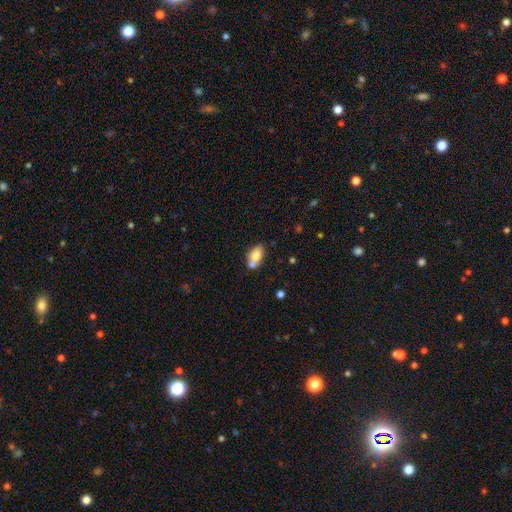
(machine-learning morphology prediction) This is likely a smooth galaxy (73%). How rounded: clearly in between (87%). Merging: possibly none (46%).